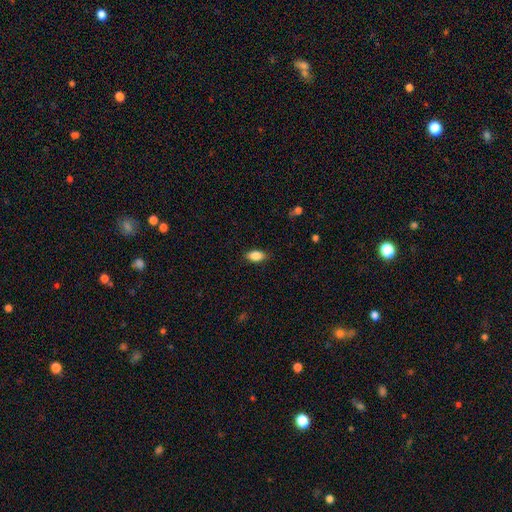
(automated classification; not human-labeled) Morphology: type=smooth (87%); roundness=in between (90%); merging=none (85%).